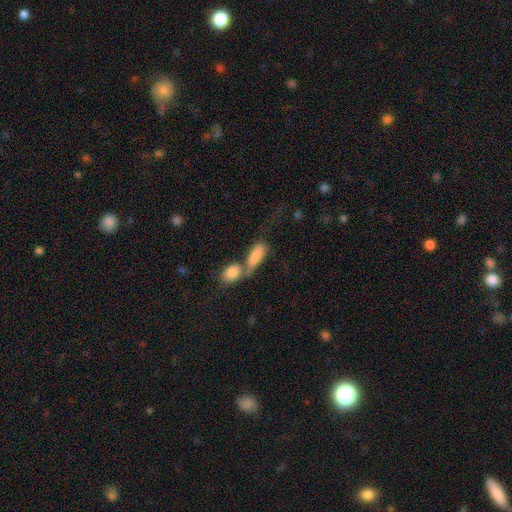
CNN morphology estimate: The model was most divided on "merging": merger: 66%, none: 18%, minor disturbance: 8%, major disturbance: 8%. More confident: smooth or featured — smooth (80%); how rounded — in between (79%).